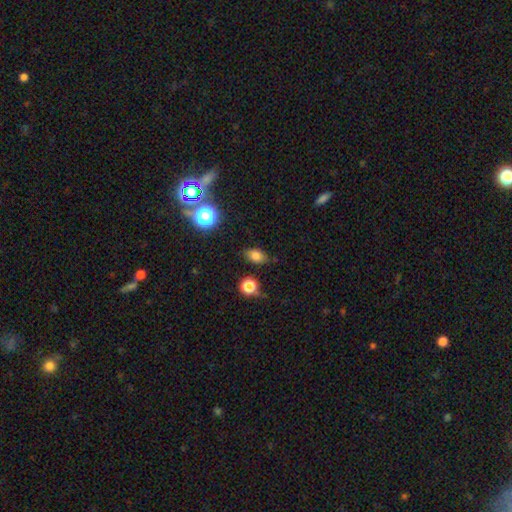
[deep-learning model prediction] Smooth or featured? smooth (76%)
How rounded? in between (80%)
Merging? none (78%)